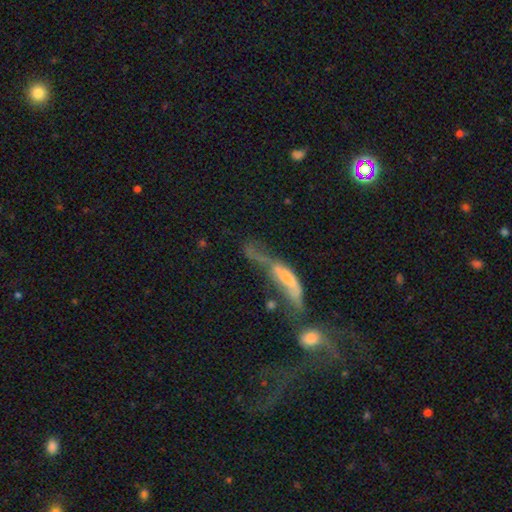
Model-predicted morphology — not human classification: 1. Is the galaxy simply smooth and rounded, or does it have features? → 51% featured or disk, 29% smooth, 20% star or artifact.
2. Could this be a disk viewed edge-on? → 59% no, 41% yes.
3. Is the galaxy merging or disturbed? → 41% merger, 29% major disturbance, 20% none, 11% minor disturbance.